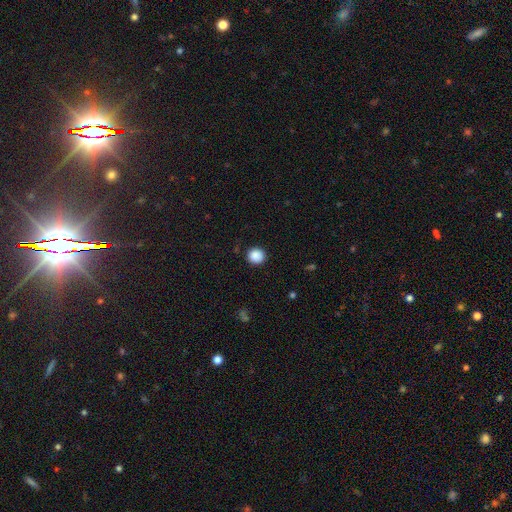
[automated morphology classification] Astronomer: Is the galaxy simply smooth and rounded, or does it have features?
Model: smooth — 88%.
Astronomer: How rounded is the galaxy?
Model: round — 92%.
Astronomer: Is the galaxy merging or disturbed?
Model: none — 90%.